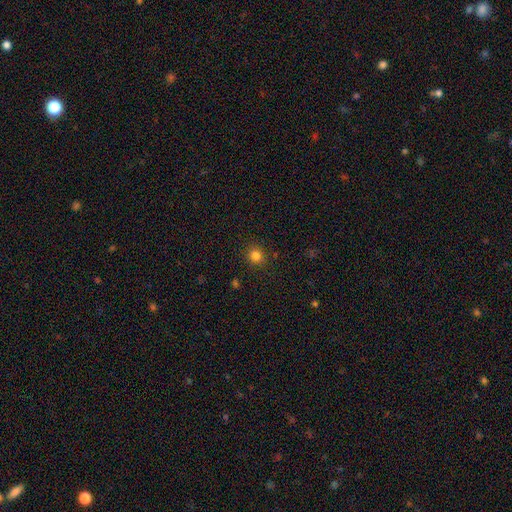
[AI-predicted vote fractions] Q: Smooth or featured?
A: smooth (82%); runner-up: star or artifact (14%)
Q: How rounded?
A: round (91%); runner-up: in between (8%)
Q: Merging?
A: none (90%); runner-up: minor disturbance (6%)